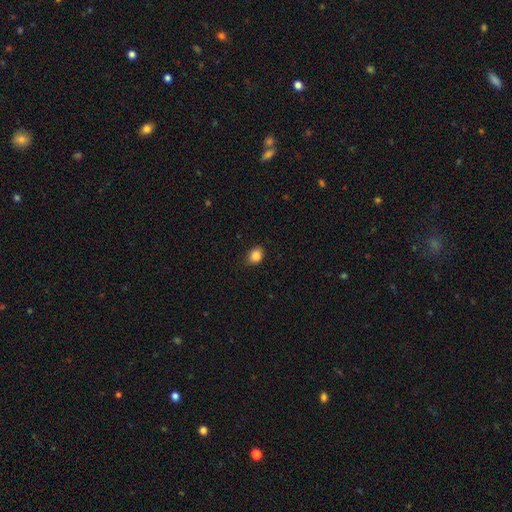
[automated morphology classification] smooth_or_featured: smooth (p=0.86) [alt: star or artifact p=0.10]
how_rounded: in between (p=0.51) [alt: round p=0.48]
merging: none (p=0.81) [alt: minor disturbance p=0.15]